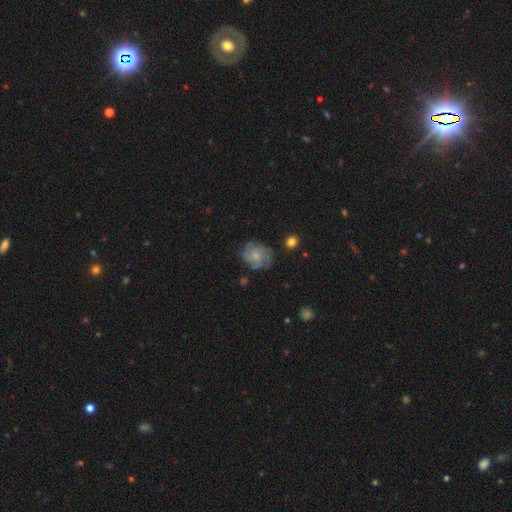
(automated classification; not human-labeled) Smooth or featured: featured or disk — 49% (smooth — 43%)
Merging: none — 66% (minor disturbance — 23%)